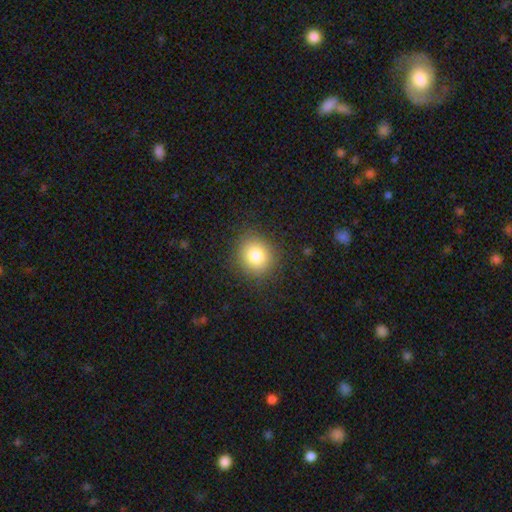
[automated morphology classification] A smooth galaxy with no disk features (81%) that is round (85%). Merging: none (88%).